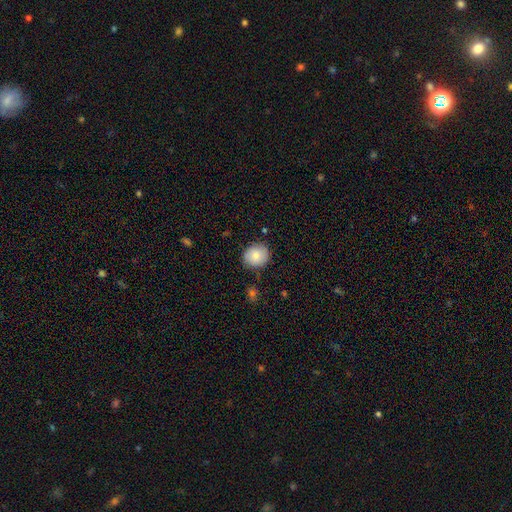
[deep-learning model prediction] This is likely a smooth galaxy (78%). How rounded: likely round (78%). Merging: clearly none (82%).